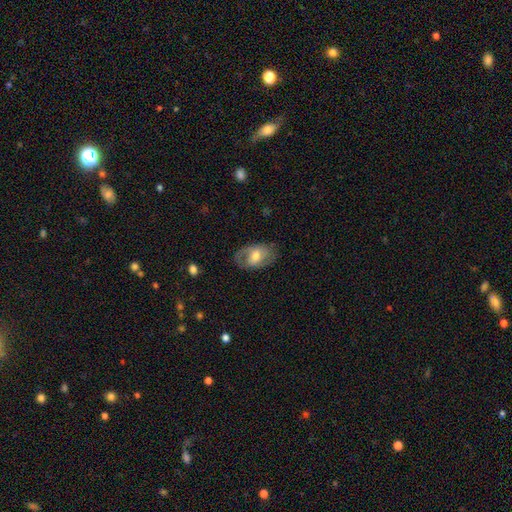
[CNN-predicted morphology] type=featured or disk (54%); edge-on=no (93%); bar=no (46%); spiral arms=yes (67%); bulge=moderate (67%); merging=none (73%).